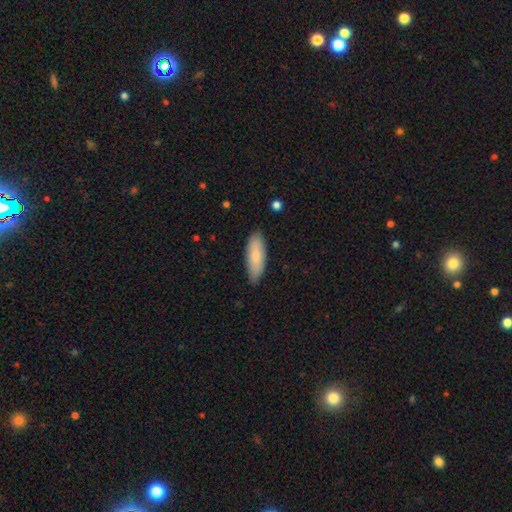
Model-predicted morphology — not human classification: This is clearly a smooth galaxy (81%). How rounded: likely in between (64%). Merging: clearly none (85%).